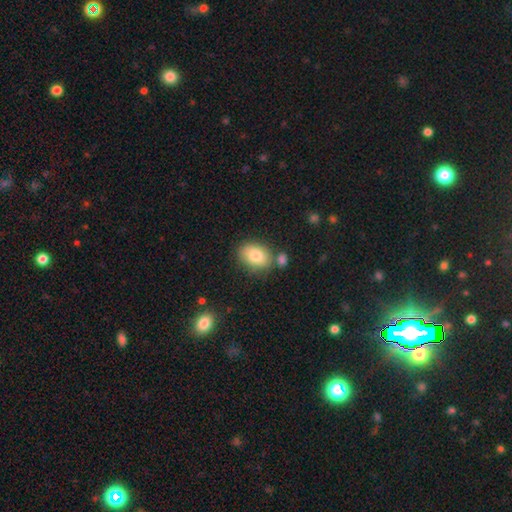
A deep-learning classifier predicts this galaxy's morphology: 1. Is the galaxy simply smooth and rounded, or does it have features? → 82% smooth, 11% featured or disk, 8% star or artifact.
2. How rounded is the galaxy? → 81% in between, 18% round, 1% cigar-shaped.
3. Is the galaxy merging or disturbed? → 70% none, 15% minor disturbance, 12% merger, 4% major disturbance.